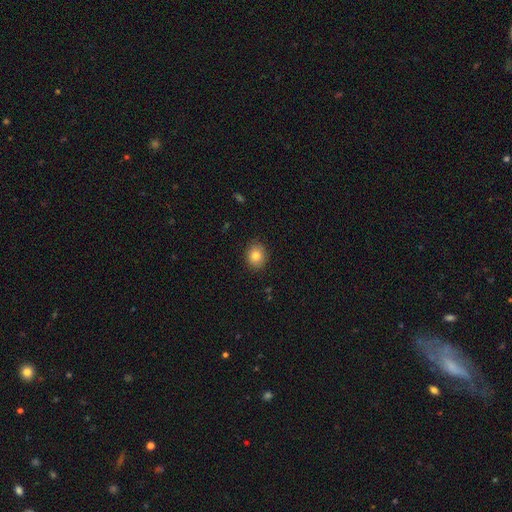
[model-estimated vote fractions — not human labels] This is clearly a smooth galaxy (82%). How rounded: likely round (63%). Merging: clearly none (89%).